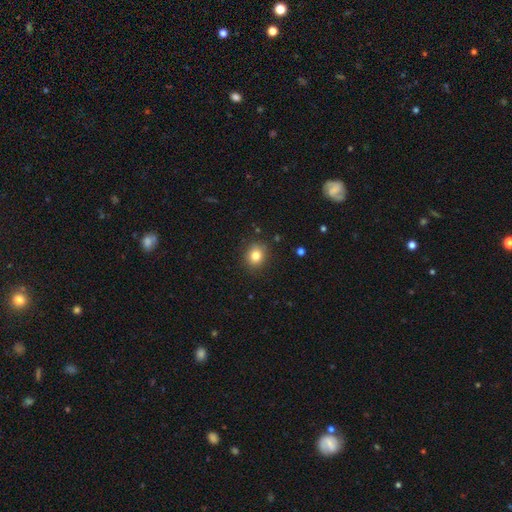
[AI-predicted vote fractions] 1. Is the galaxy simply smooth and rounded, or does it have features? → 81% smooth, 11% star or artifact, 8% featured or disk.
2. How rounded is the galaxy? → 72% round, 27% in between, 1% cigar-shaped.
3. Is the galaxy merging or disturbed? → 87% none, 9% minor disturbance, 2% major disturbance, 1% merger.